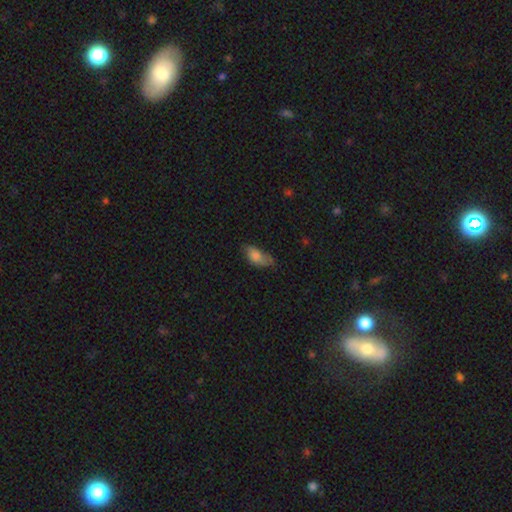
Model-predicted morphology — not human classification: Smooth or featured?
  - smooth: 77% *
  - featured or disk: 15%
  - star or artifact: 8%
How rounded?
  - in between: 88% *
  - cigar-shaped: 8%
  - round: 4%
Merging?
  - none: 40% *
  - minor disturbance: 39%
  - major disturbance: 17%
  - merger: 4%